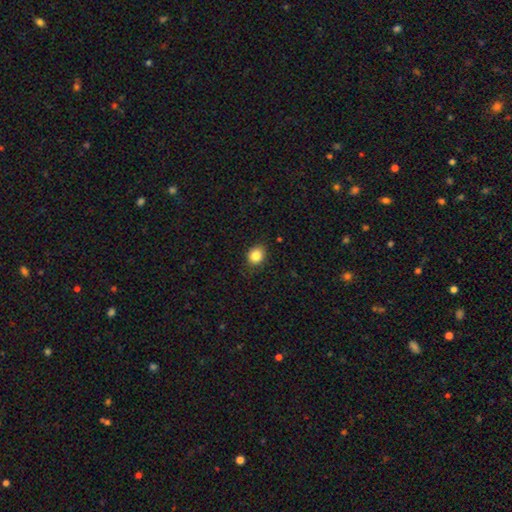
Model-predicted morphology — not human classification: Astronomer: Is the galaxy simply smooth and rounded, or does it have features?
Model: smooth — 84%.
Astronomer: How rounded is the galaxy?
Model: round — 62%.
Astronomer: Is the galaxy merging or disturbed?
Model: none — 85%.